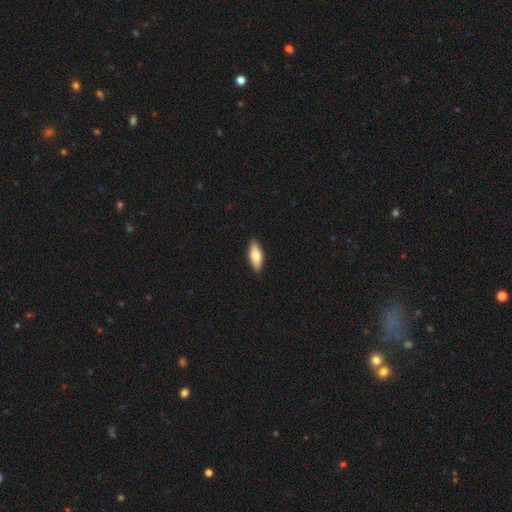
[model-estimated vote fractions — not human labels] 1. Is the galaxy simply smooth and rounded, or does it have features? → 73% smooth, 22% featured or disk, 6% star or artifact.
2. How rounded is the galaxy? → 72% in between, 26% cigar-shaped, 2% round.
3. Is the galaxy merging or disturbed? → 89% none, 8% minor disturbance, 2% major disturbance, 1% merger.